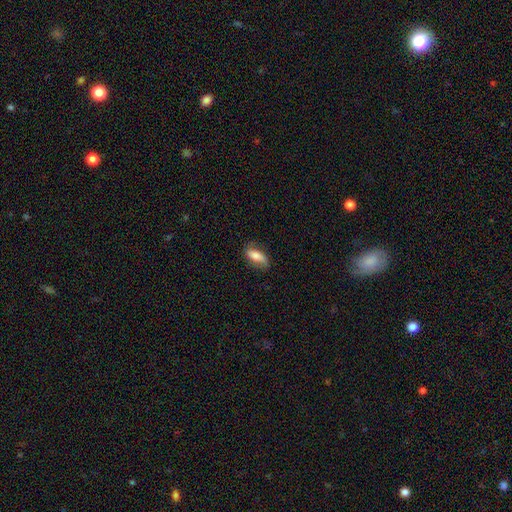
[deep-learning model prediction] Smooth or featured? Predicted: smooth (p=0.73). How rounded? Predicted: in between (p=0.77). Merging? Predicted: none (p=0.73).